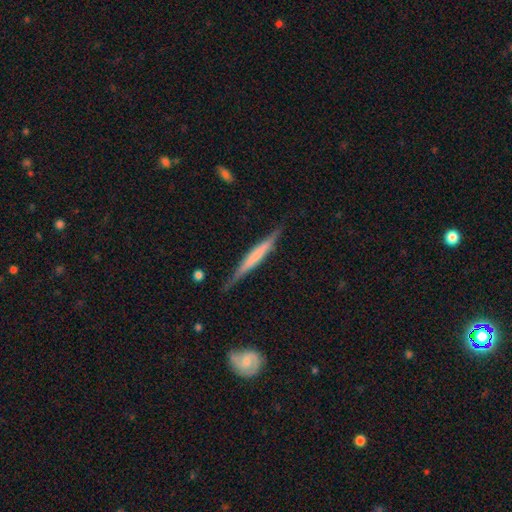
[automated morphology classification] This appears to be a featured or disk galaxy (54%) viewed edge-on (96%) with no central bulge (60%). Merging: none (82%).